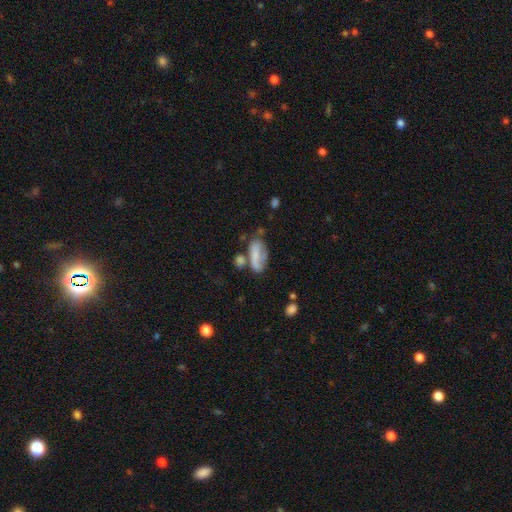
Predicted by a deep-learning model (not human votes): Smooth or featured? smooth (65%)
How rounded? in between (82%)
Merging? none (38%)